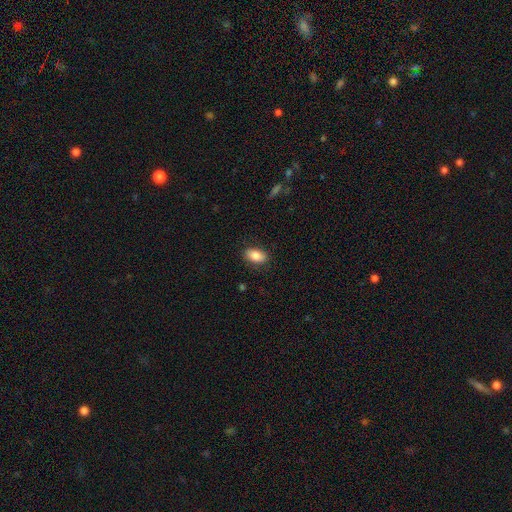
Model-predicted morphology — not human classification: smooth_or_featured: smooth (p=0.84) [alt: featured or disk p=0.08]
how_rounded: in between (p=0.90) [alt: round p=0.08]
merging: none (p=0.86) [alt: minor disturbance p=0.10]